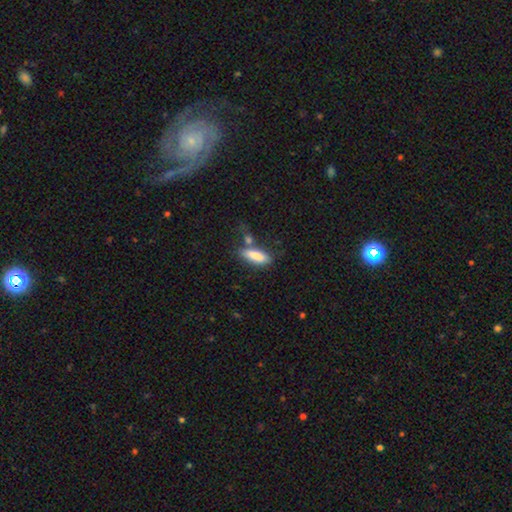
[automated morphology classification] A smooth galaxy with no disk features (83%) that is in between round and cigar-shaped (59%). Merging: none (59%).